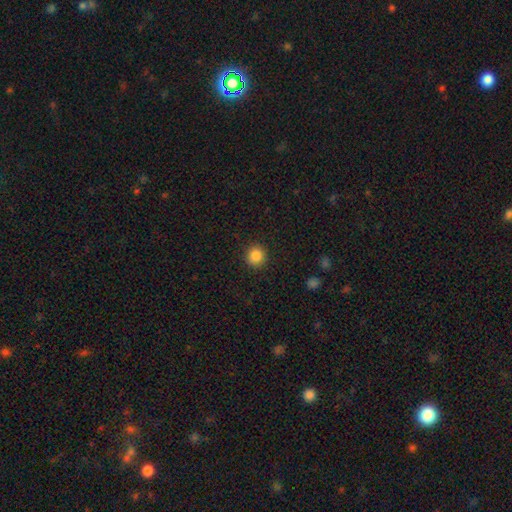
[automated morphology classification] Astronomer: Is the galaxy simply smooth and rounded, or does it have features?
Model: smooth — 86%.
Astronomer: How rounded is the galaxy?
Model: round — 92%.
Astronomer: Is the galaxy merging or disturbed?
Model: none — 92%.